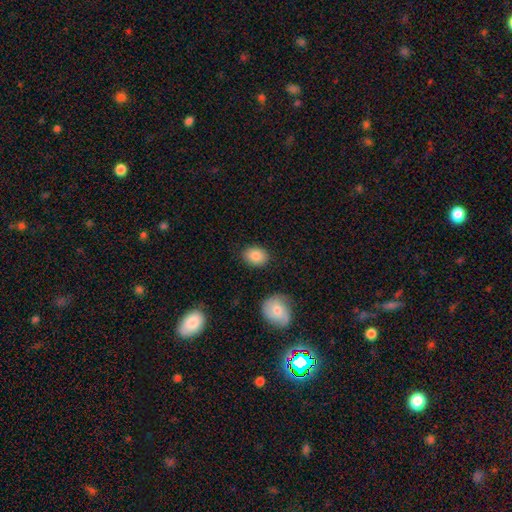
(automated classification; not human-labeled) Smooth or featured?
  - smooth: 86% *
  - star or artifact: 7%
  - featured or disk: 6%
How rounded?
  - in between: 68% *
  - round: 31%
  - cigar-shaped: 1%
Merging?
  - none: 85% *
  - minor disturbance: 10%
  - major disturbance: 3%
  - merger: 2%